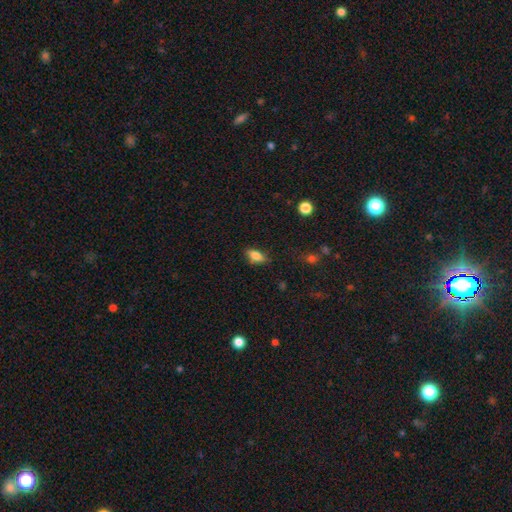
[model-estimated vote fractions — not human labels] This appears to be a smooth galaxy with no disk features (81%) that is in between round and cigar-shaped (84%). Merging: none (76%).